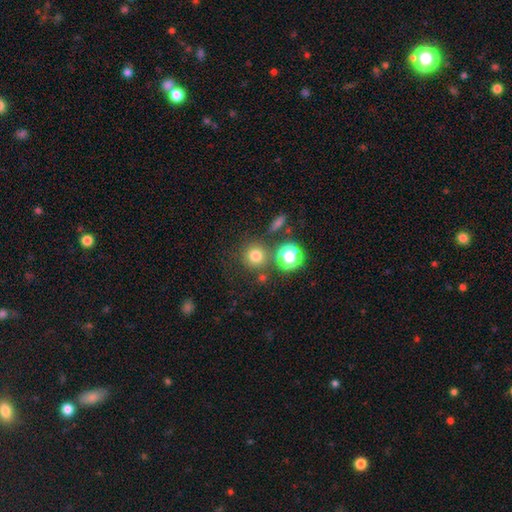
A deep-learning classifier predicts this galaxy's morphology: Smooth or featured?
  - smooth: 74% *
  - star or artifact: 19%
  - featured or disk: 8%
How rounded?
  - round: 93% *
  - in between: 6%
  - cigar-shaped: 1%
Merging?
  - none: 77% *
  - merger: 10%
  - minor disturbance: 9%
  - major disturbance: 4%